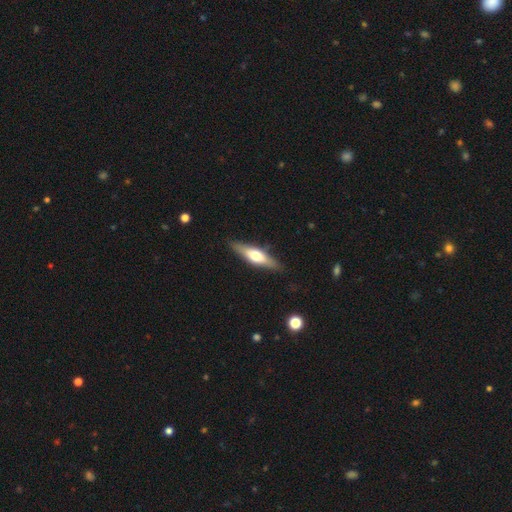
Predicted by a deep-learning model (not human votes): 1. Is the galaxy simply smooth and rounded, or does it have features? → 55% featured or disk, 39% smooth, 6% star or artifact.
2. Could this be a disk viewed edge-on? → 91% yes, 9% no.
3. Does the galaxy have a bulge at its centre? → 91% rounded, 6% boxy, 3% none.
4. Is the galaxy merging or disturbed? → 87% none, 10% minor disturbance, 2% major disturbance, 1% merger.